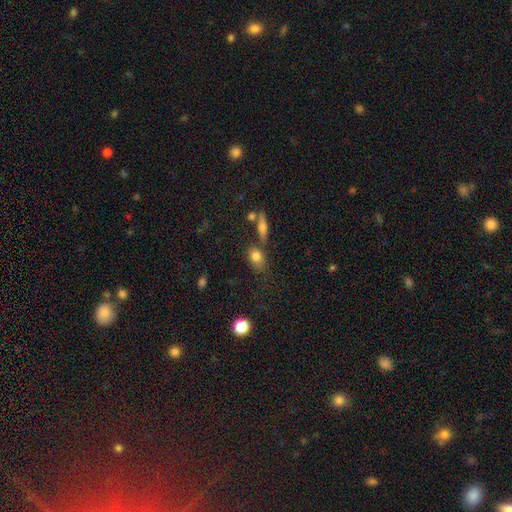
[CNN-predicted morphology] Smooth or featured?
  - smooth: 79% *
  - featured or disk: 11%
  - star or artifact: 10%
How rounded?
  - in between: 68% *
  - round: 27%
  - cigar-shaped: 5%
Merging?
  - none: 62% *
  - minor disturbance: 17%
  - merger: 15%
  - major disturbance: 6%